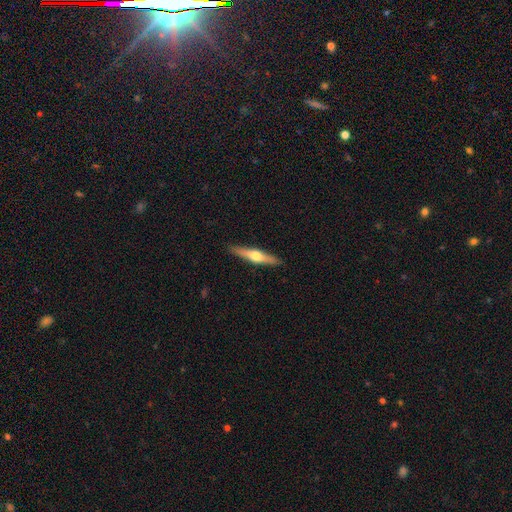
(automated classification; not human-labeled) The model was most divided on "smooth or featured": featured or disk: 60%, smooth: 35%, star or artifact: 5%. More confident: edge-on disk — yes (96%); edge-on bulge — rounded (93%); merging — none (91%).